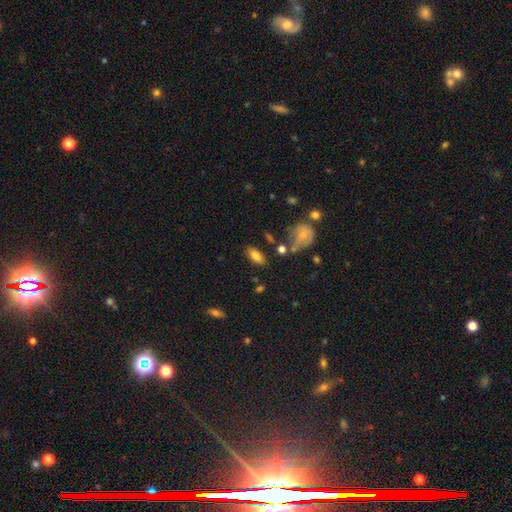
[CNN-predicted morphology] A smooth galaxy with no disk features (80%) that is in between round and cigar-shaped (83%).

Vote fractions:
- Smooth or featured? smooth: 80% / featured or disk: 11% / star or artifact: 9%
- How rounded? in between: 83% / cigar-shaped: 14% / round: 4%
- Merging? none: 78% / minor disturbance: 13% / merger: 5% / major disturbance: 4%